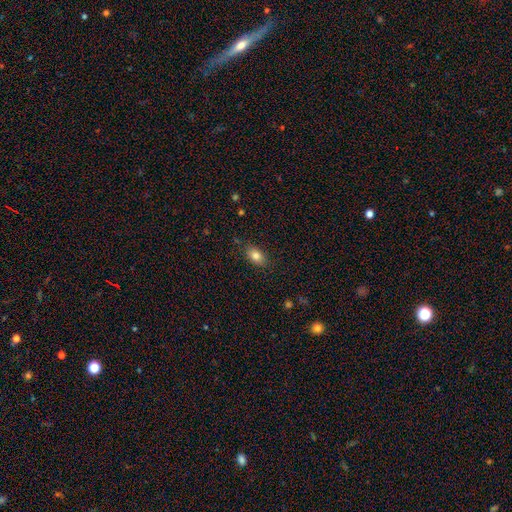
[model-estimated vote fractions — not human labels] Morphology: type=smooth (83%); roundness=in between (85%); merging=none (84%).